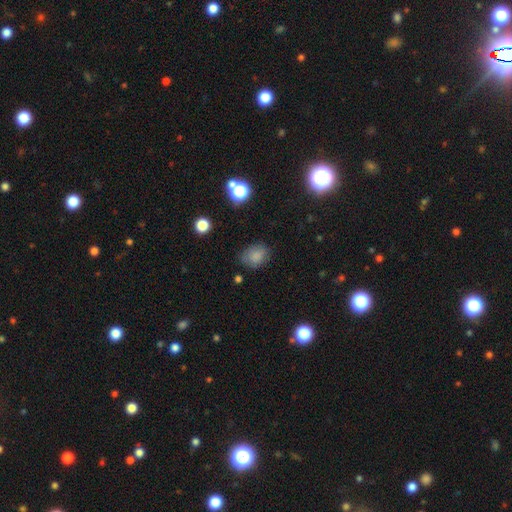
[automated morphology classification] Smooth or featured? Predicted: smooth (p=0.82). How rounded? Predicted: in between (p=0.62). Merging? Predicted: none (p=0.73).